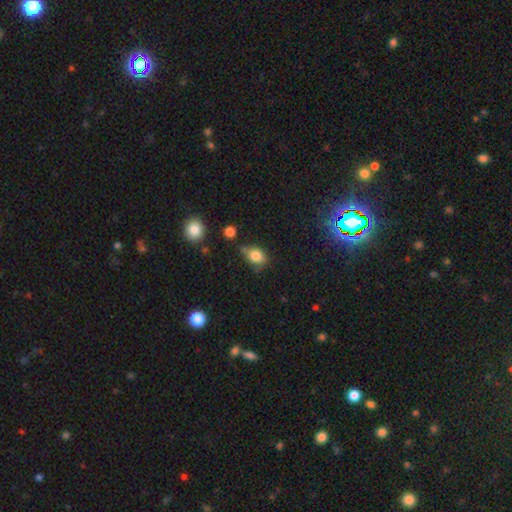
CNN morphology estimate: smooth 81%, star or artifact 10%, featured or disk 9%. Down the decision tree: how rounded — in between (67%); merging — none (59%).